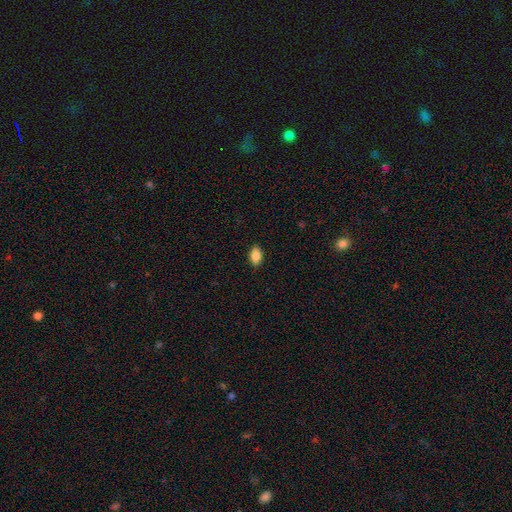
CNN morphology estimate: smooth_or_featured: smooth (p=0.87) [alt: star or artifact p=0.08]
how_rounded: in between (p=0.91) [alt: round p=0.06]
merging: none (p=0.88) [alt: minor disturbance p=0.09]